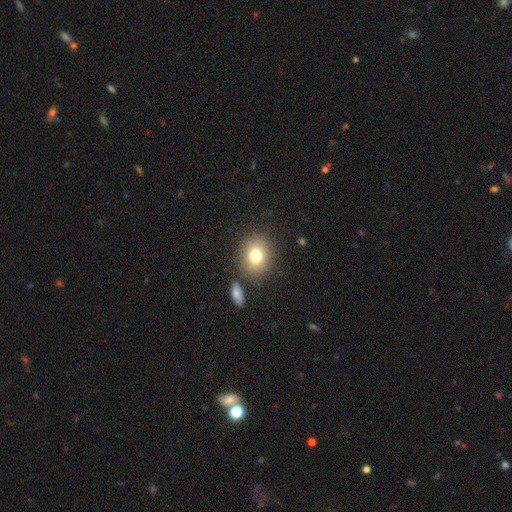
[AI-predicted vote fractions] Smooth or featured? smooth (78%)
How rounded? round (63%)
Merging? none (81%)